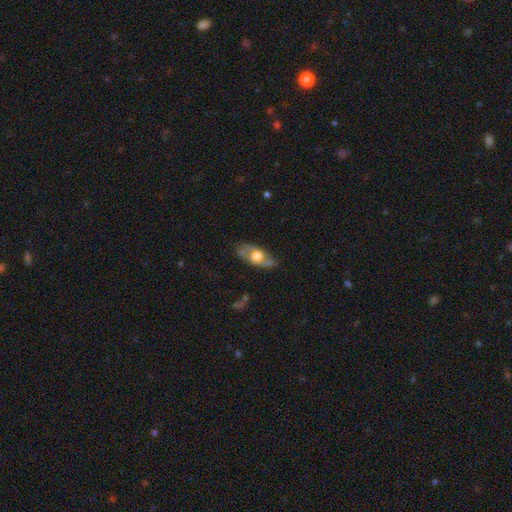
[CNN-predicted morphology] smooth-or-featured: featured or disk: 54% | smooth: 40% | star or artifact: 6%
  disk-edge-on: no: 69% | yes: 31%
  merging: none: 74% | minor disturbance: 19% | major disturbance: 5% | merger: 2%